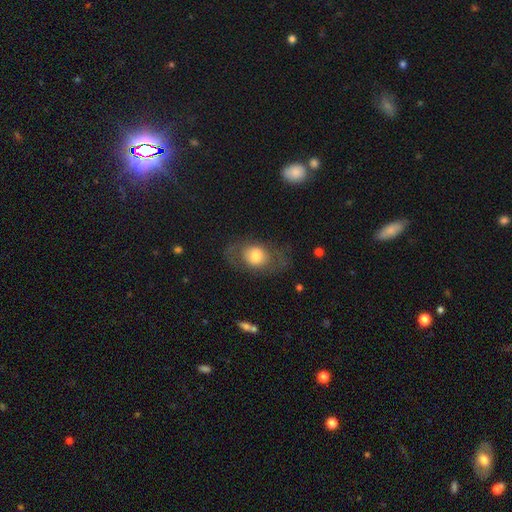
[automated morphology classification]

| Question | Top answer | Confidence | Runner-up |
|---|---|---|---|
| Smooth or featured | smooth | 61% | featured or disk (32%) |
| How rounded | in between | 58% | round (40%) |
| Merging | none | 66% | minor disturbance (17%) |